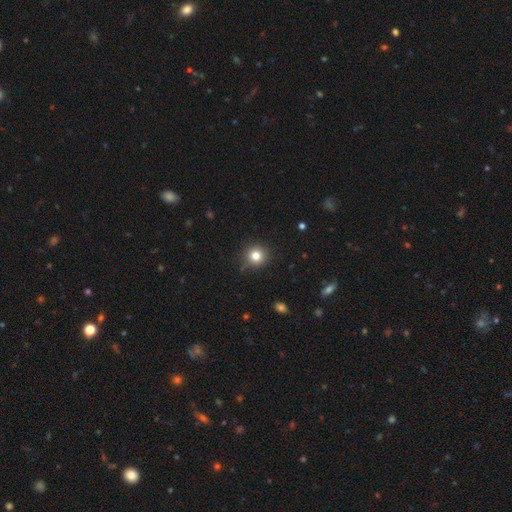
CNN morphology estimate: This is clearly a smooth galaxy (80%). How rounded: clearly round (94%). Merging: clearly none (86%).